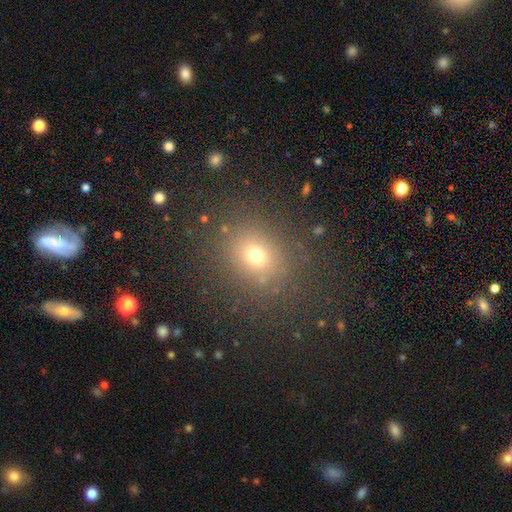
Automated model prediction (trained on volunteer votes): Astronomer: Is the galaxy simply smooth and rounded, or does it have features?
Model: smooth — 70%.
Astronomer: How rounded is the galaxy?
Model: round — 66%.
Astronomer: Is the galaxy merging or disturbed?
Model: none — 83%.